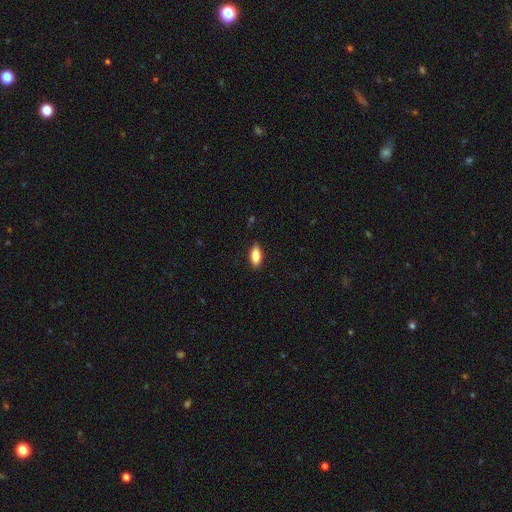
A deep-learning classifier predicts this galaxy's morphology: A smooth galaxy with no disk features (85%) that is in between round and cigar-shaped (85%). Merging: none (88%).